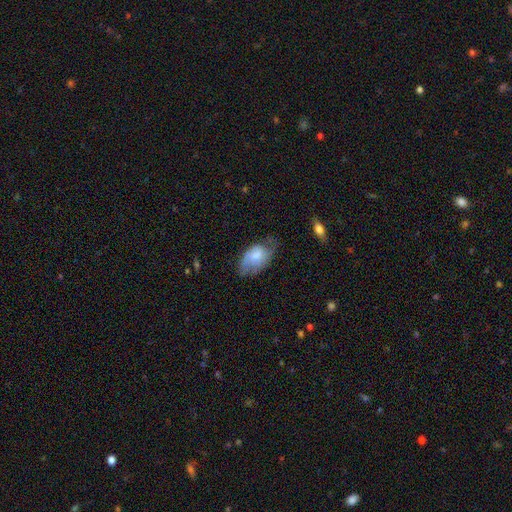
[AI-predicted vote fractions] smooth 61%, featured or disk 32%, star or artifact 7%. Down the decision tree: how rounded — in between (92%); merging — none (44%).